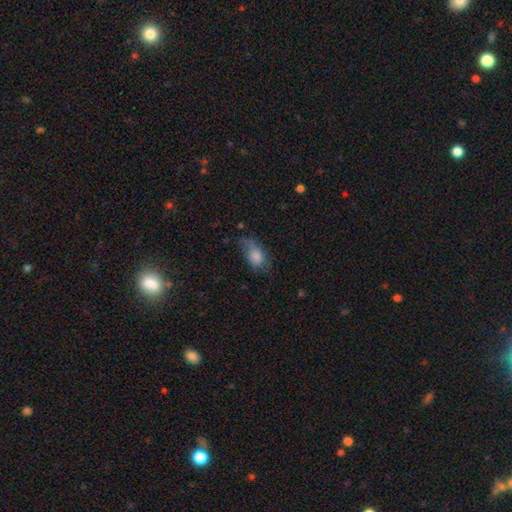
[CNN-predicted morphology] Smooth or featured? Predicted: smooth (p=0.68). How rounded? Predicted: in between (p=0.86). Merging? Predicted: none (p=0.35).